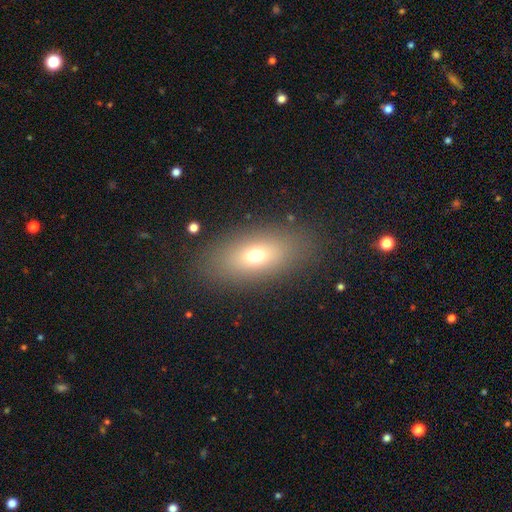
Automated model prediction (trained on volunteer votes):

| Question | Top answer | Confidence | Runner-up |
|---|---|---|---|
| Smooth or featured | smooth | 67% | featured or disk (20%) |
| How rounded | in between | 82% | round (10%) |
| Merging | none | 83% | minor disturbance (9%) |